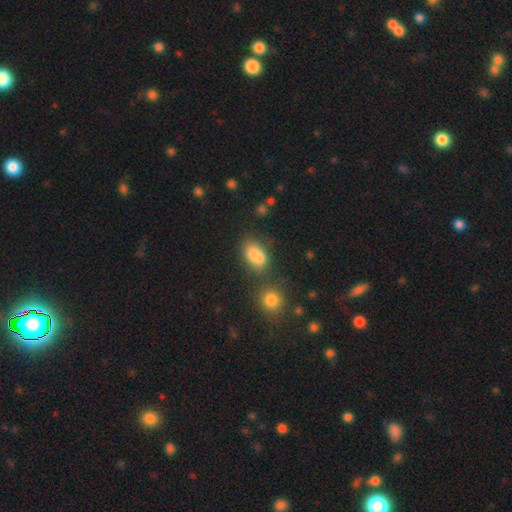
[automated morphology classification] A smooth galaxy with no disk features (80%) that is in between round and cigar-shaped (86%).

Vote fractions:
- Smooth or featured? smooth: 80% / star or artifact: 11% / featured or disk: 9%
- How rounded? in between: 86% / round: 10% / cigar-shaped: 5%
- Merging? none: 48% / merger: 25% / minor disturbance: 19% / major disturbance: 8%